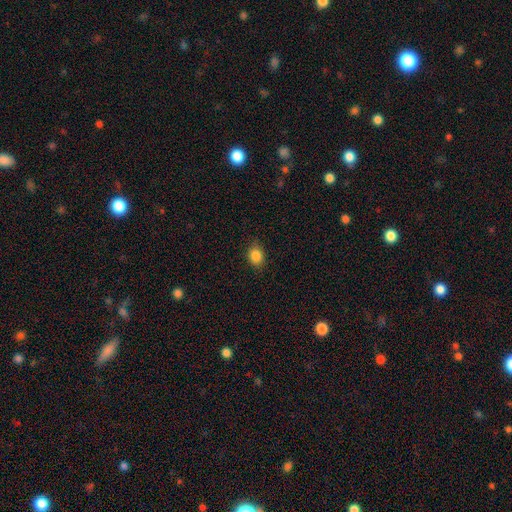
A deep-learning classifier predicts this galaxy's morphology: A smooth galaxy with no disk features (86%) that is in between round and cigar-shaped (52%). Merging: none (85%).